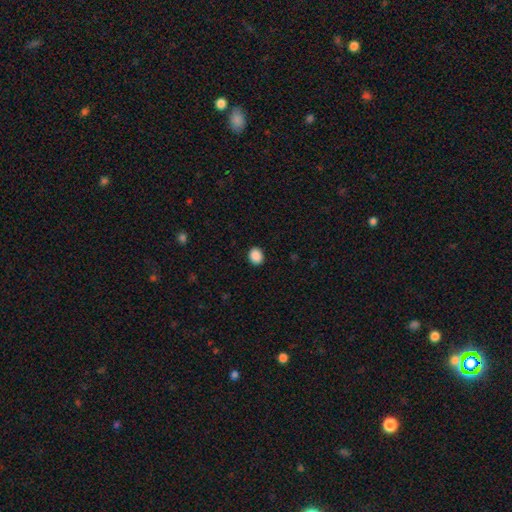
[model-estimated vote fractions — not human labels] Smooth or featured? Predicted: smooth (p=0.89). How rounded? Predicted: round (p=0.55). Merging? Predicted: none (p=0.91).